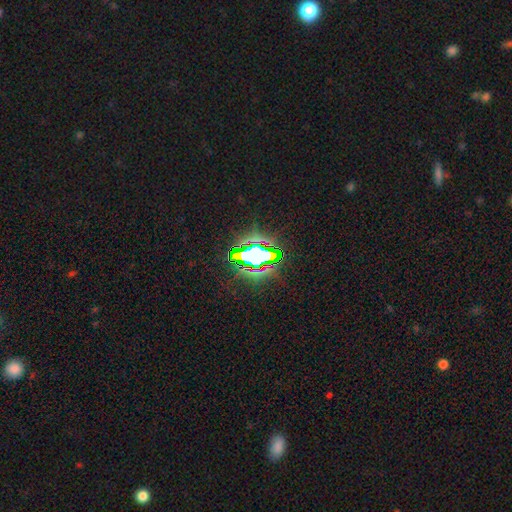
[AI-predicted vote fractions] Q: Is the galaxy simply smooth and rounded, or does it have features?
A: star or artifact — 67%.